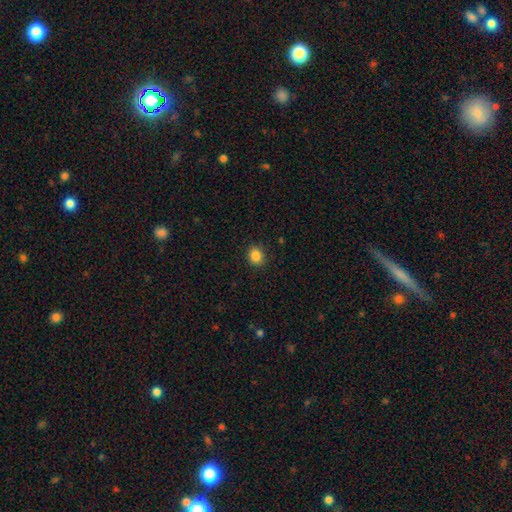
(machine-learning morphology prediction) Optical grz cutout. It shows a smooth galaxy with no disk features (86%) that is round (64%). Merging: none (90%).